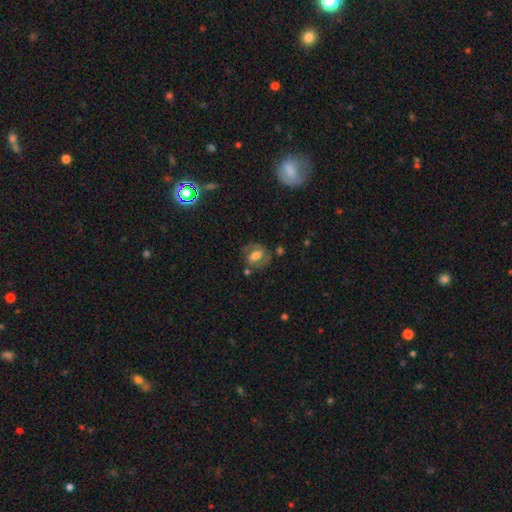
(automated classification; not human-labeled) smooth-or-featured: featured or disk: 53% | smooth: 38% | star or artifact: 9%
  disk-edge-on: no: 95% | yes: 5%
    bar: weak: 42% | no: 30% | strong: 28%
    has-spiral-arms: yes: 72% | no: 28%
    bulge-size: moderate: 49% | large: 29% | small: 14% | none: 4% | dominant: 3%
  merging: none: 62% | minor disturbance: 20% | major disturbance: 11% | merger: 6%